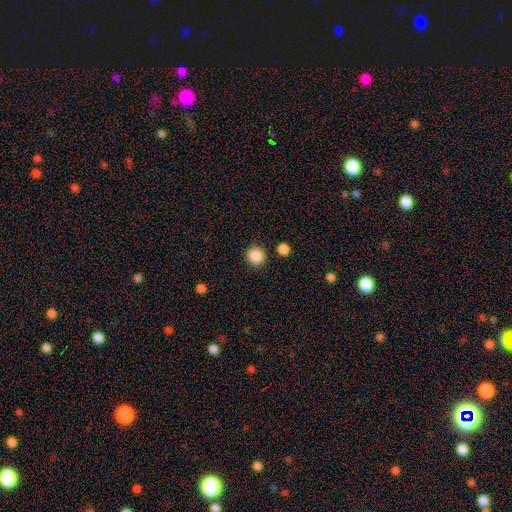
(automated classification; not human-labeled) Smooth or featured? smooth (88%)
How rounded? round (92%)
Merging? none (89%)